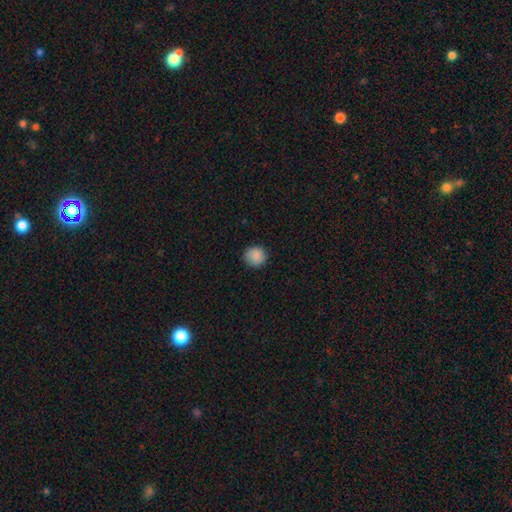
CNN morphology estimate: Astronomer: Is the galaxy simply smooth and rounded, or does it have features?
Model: smooth — 88%.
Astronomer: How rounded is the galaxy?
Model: round — 90%.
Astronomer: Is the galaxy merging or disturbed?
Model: none — 87%.